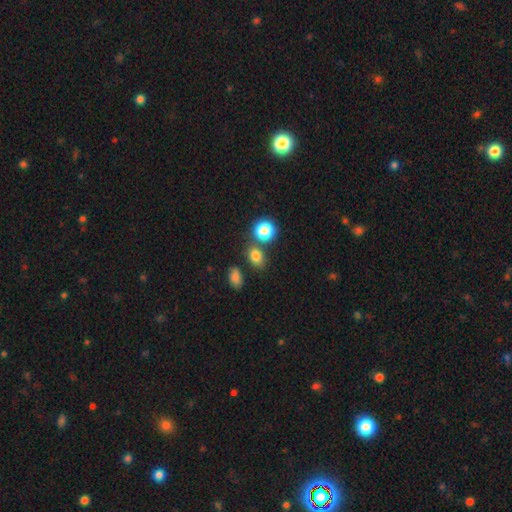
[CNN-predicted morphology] Smooth or featured? Predicted: smooth (p=0.78). How rounded? Predicted: in between (p=0.51). Merging? Predicted: none (p=0.68).